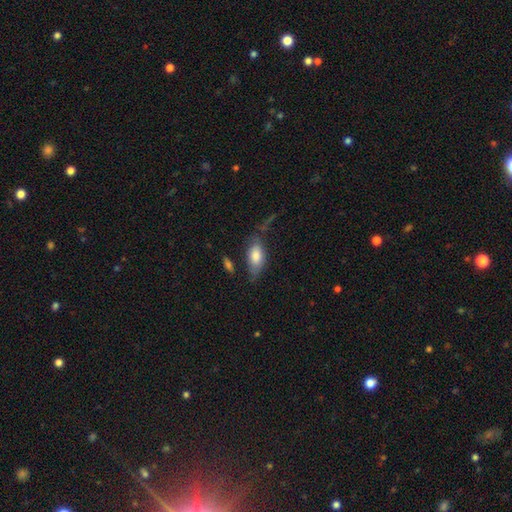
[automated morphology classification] Overall: smooth (78%). How rounded: in between (89%). Merging: none (59%; minor disturbance 26%).